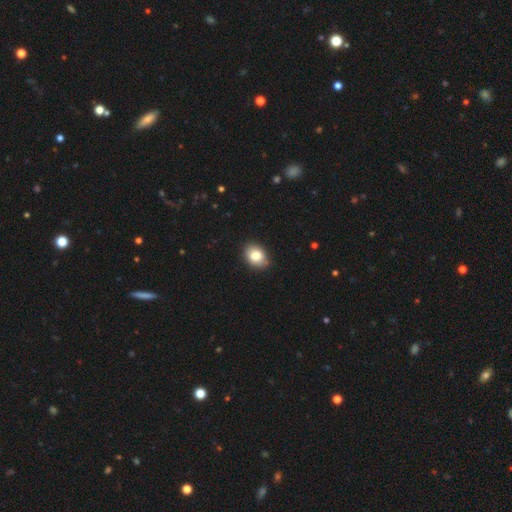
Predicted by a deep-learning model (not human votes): Smooth or featured? Predicted: smooth (p=0.83). How rounded? Predicted: in between (p=0.70). Merging? Predicted: none (p=0.86).